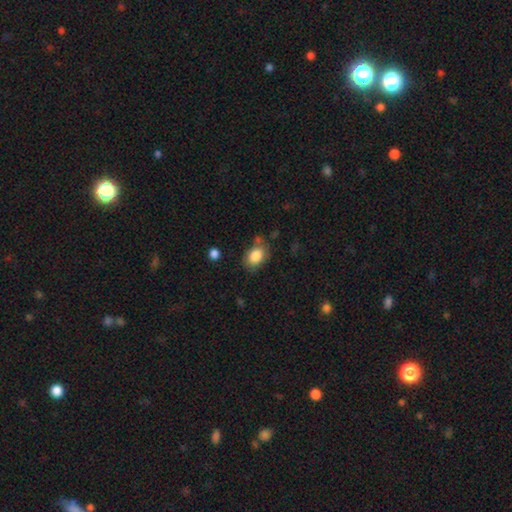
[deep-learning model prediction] smooth-or-featured: smooth: 85% | star or artifact: 8% | featured or disk: 7%
  how-rounded: in between: 75% | round: 24% | cigar-shaped: 1%
  merging: none: 70% | minor disturbance: 18% | merger: 6% | major disturbance: 5%